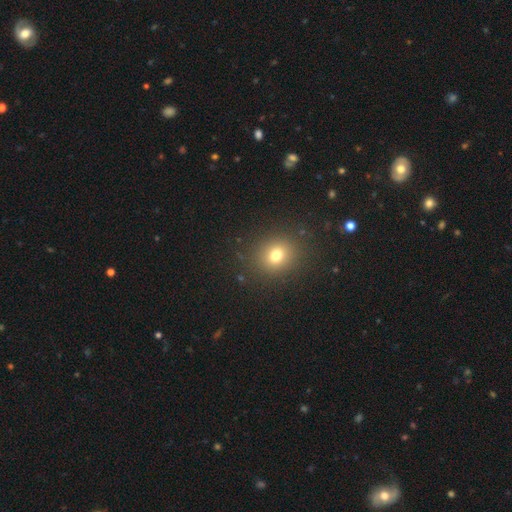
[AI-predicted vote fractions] This is likely a smooth galaxy (61%). How rounded: likely round (78%). Merging: clearly none (90%).